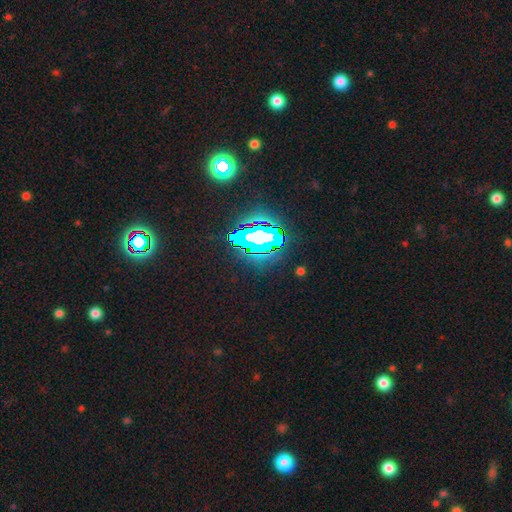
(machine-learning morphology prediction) Overall: star or artifact (82%).